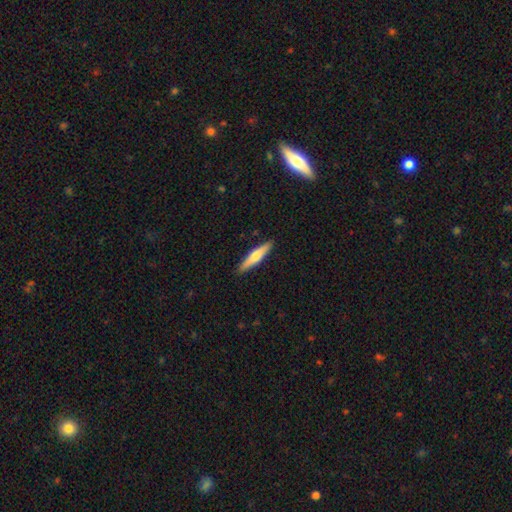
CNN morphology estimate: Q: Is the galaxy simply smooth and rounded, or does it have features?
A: smooth — 57%.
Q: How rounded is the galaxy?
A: cigar-shaped — 86%.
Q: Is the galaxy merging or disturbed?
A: none — 90%.